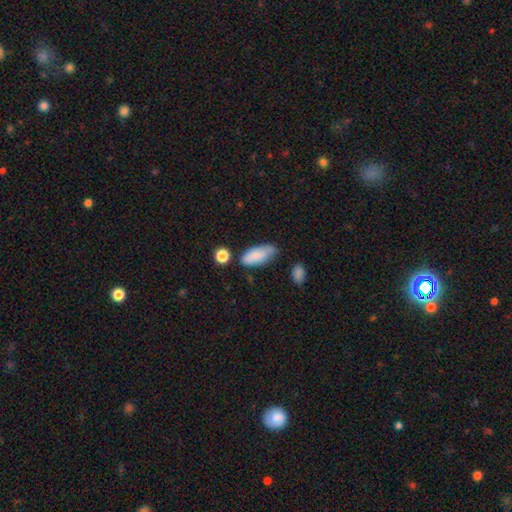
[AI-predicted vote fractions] Smooth or featured? smooth (81%)
How rounded? in between (85%)
Merging? none (52%)